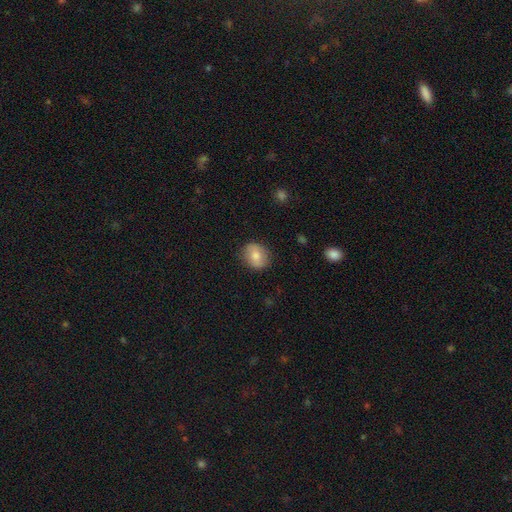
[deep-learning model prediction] A smooth galaxy with no disk features (73%) that is round (67%). Merging: none (84%).